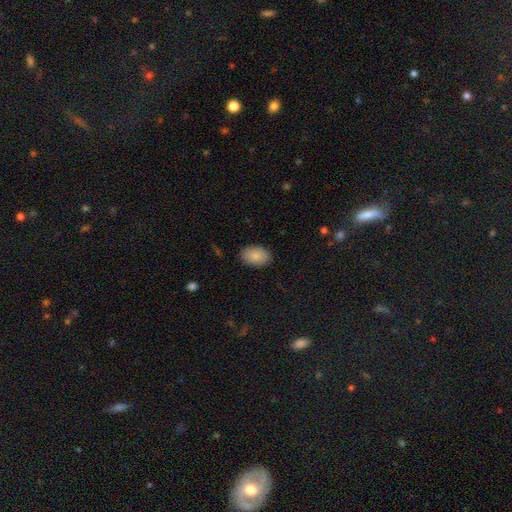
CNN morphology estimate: smooth-or-featured: smooth: 87% | star or artifact: 7% | featured or disk: 6%
  how-rounded: in between: 90% | round: 9% | cigar-shaped: 1%
  merging: none: 88% | minor disturbance: 9% | major disturbance: 2% | merger: 1%